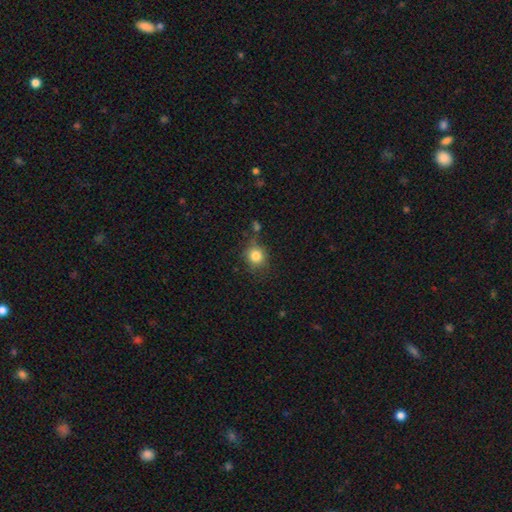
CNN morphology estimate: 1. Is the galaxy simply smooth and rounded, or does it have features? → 82% smooth, 11% star or artifact, 7% featured or disk.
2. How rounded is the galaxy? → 81% round, 18% in between, 1% cigar-shaped.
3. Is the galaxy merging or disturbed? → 70% none, 18% minor disturbance, 6% major disturbance, 6% merger.